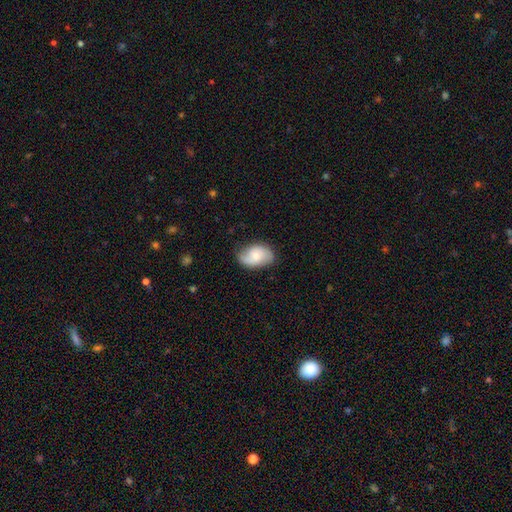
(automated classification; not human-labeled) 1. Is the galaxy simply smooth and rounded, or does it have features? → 56% smooth, 37% featured or disk, 7% star or artifact.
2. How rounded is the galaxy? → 87% in between, 12% round, 1% cigar-shaped.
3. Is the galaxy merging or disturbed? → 73% none, 21% minor disturbance, 5% major disturbance, 1% merger.